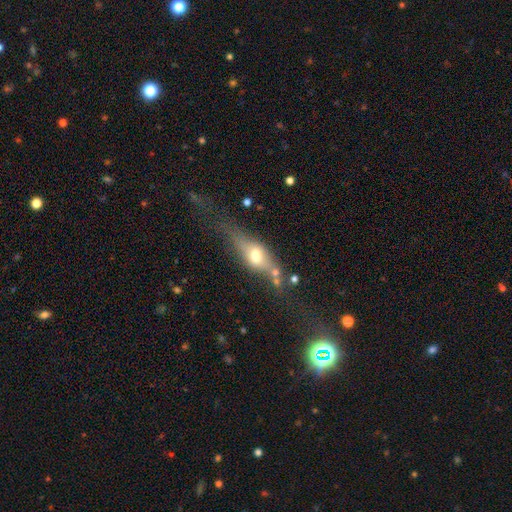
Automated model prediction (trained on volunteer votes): Q: Smooth or featured?
A: featured or disk (47%); runner-up: smooth (44%)
Q: Merging?
A: none (49%); runner-up: minor disturbance (23%)